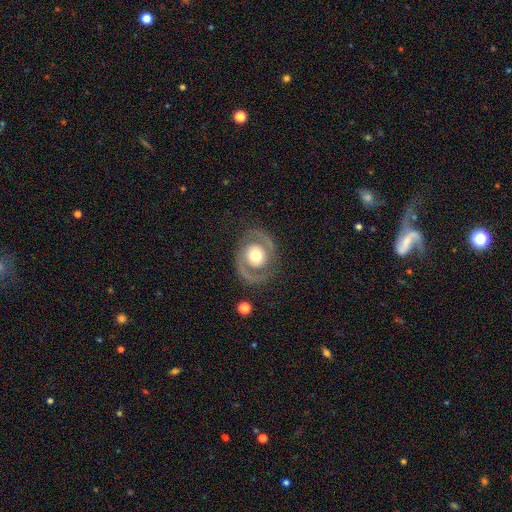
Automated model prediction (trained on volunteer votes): Smooth or featured? featured or disk (83%)
Edge-on disk? no (97%)
Bar? no (72%)
Spiral arms? yes (89%)
Spiral winding? medium (51%)
Spiral arm count? 2 (91%)
Bulge size? moderate (61%)
Merging? none (83%)